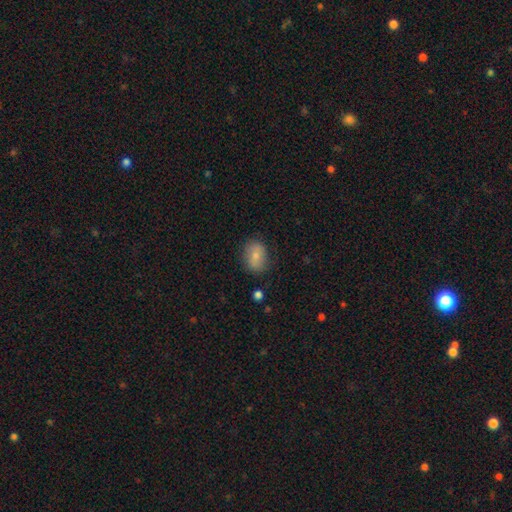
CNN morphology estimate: Smooth or featured? Predicted: smooth (p=0.77). How rounded? Predicted: in between (p=0.69). Merging? Predicted: none (p=0.80).